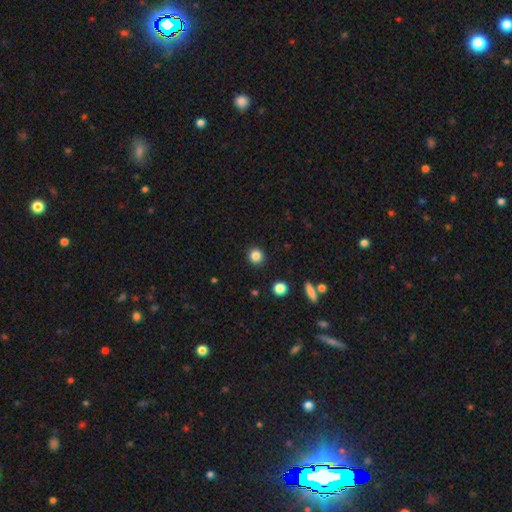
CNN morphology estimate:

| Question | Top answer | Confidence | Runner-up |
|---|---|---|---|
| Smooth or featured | smooth | 85% | star or artifact (11%) |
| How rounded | round | 90% | in between (9%) |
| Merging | none | 91% | minor disturbance (5%) |